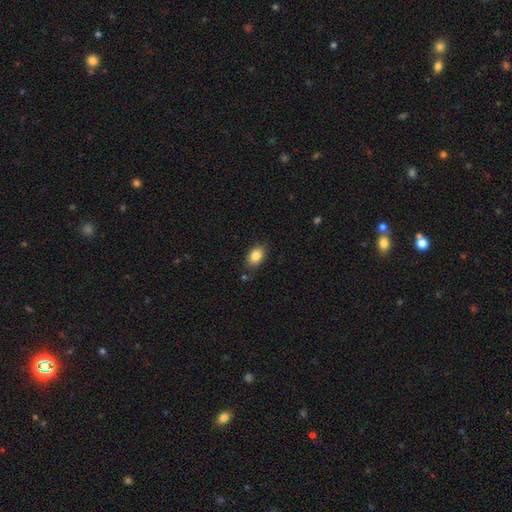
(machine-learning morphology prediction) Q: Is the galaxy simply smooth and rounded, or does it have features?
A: smooth — 85%.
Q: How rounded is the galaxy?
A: in between — 85%.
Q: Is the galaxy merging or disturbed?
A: none — 81%.